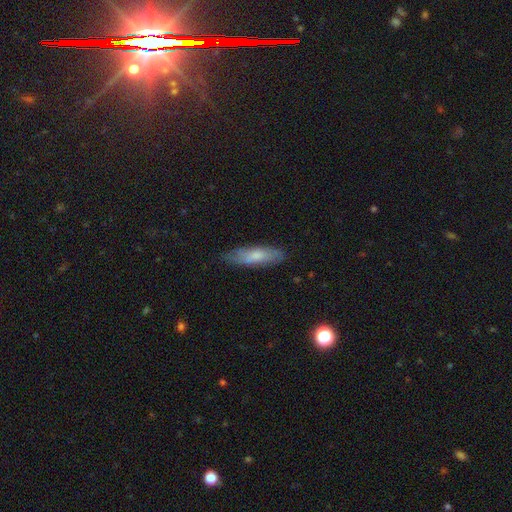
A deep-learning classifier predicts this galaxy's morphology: smooth 67%, featured or disk 27%, star or artifact 6%. Down the decision tree: how rounded — cigar-shaped (60%); merging — none (75%).